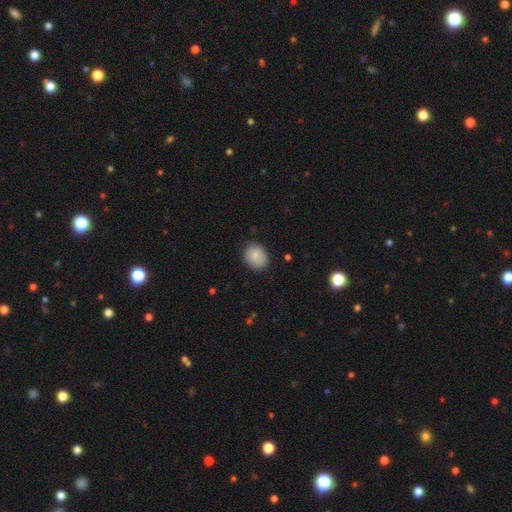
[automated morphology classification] Smooth or featured? smooth (87%)
How rounded? round (51%)
Merging? none (85%)